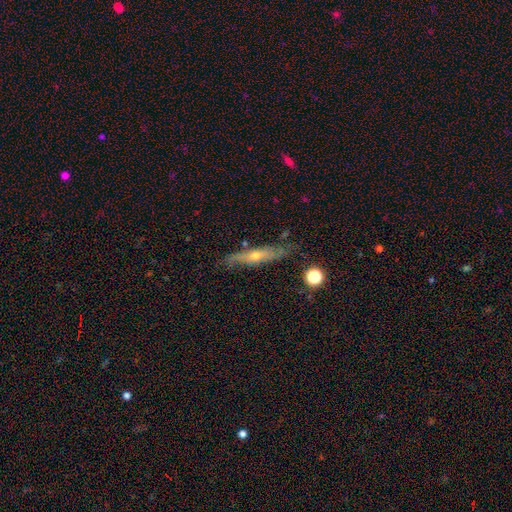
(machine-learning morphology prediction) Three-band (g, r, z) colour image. It shows a featured or disk galaxy (61%) viewed edge-on (78%). Merging: none (73%).